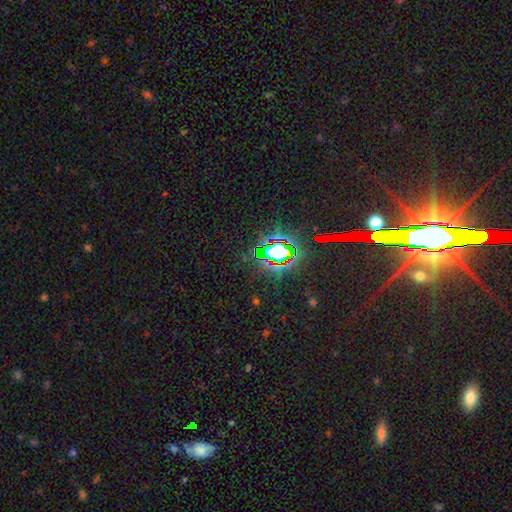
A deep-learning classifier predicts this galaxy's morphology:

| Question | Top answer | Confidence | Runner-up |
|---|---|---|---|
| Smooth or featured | star or artifact | 84% | smooth (9%) |